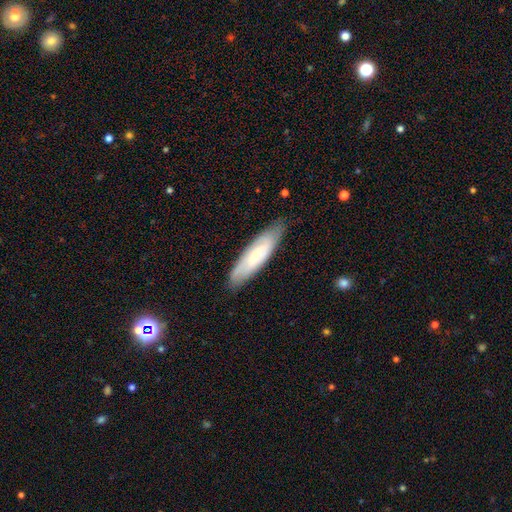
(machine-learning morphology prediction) smooth_or_featured: smooth (p=0.58) [alt: featured or disk p=0.36]
how_rounded: cigar-shaped (p=0.64) [alt: in between p=0.34]
merging: none (p=0.79) [alt: minor disturbance p=0.16]